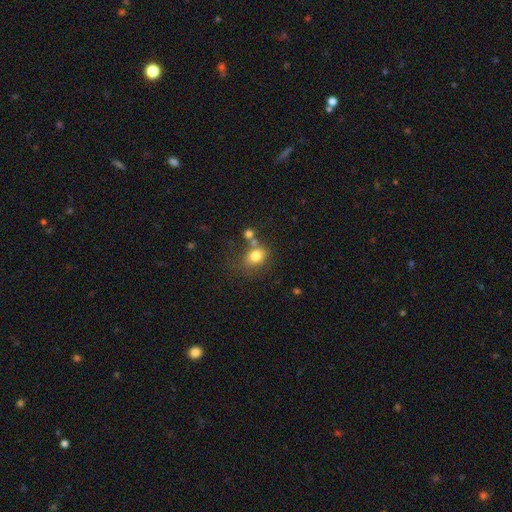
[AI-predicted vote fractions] Q: Smooth or featured?
A: smooth (78%); runner-up: star or artifact (12%)
Q: How rounded?
A: round (56%); runner-up: in between (43%)
Q: Merging?
A: none (53%); runner-up: merger (22%)